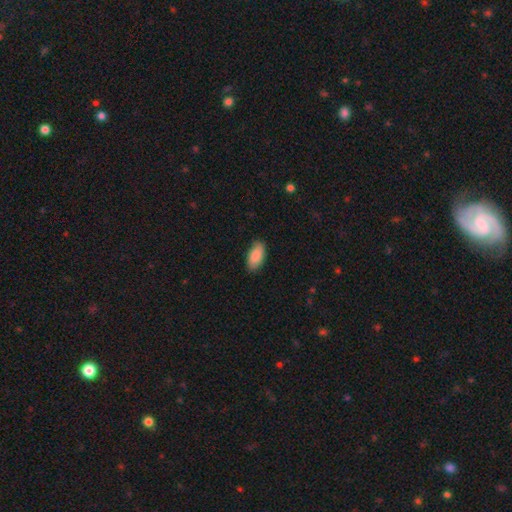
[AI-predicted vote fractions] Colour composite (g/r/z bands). It shows a smooth galaxy with no disk features (89%) that is in between round and cigar-shaped (93%). Merging: none (84%).